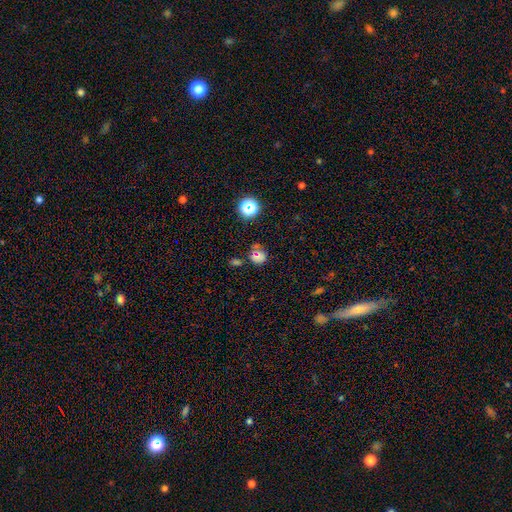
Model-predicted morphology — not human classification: smooth_or_featured: smooth (p=0.62) [alt: star or artifact p=0.28]
how_rounded: round (p=0.83) [alt: in between p=0.16]
merging: none (p=0.65) [alt: minor disturbance p=0.16]